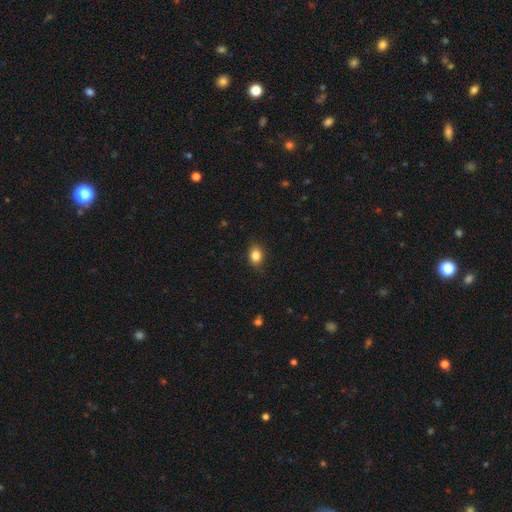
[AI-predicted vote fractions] Smooth or featured? smooth (85%)
How rounded? in between (65%)
Merging? none (86%)